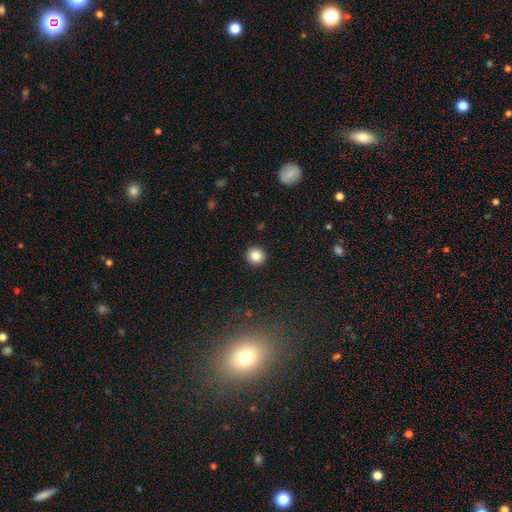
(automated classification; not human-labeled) Smooth or featured?
  - smooth: 84% *
  - star or artifact: 10%
  - featured or disk: 5%
How rounded?
  - round: 93% *
  - in between: 6%
  - cigar-shaped: 1%
Merging?
  - none: 93% *
  - minor disturbance: 5%
  - major disturbance: 2%
  - merger: 1%